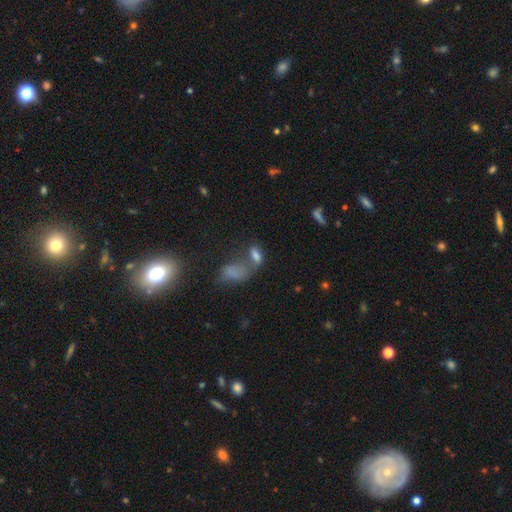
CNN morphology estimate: Smooth or featured?
  - smooth: 71% *
  - star or artifact: 17%
  - featured or disk: 13%
How rounded?
  - in between: 83% *
  - cigar-shaped: 9%
  - round: 8%
Merging?
  - merger: 46% *
  - none: 31%
  - minor disturbance: 12%
  - major disturbance: 11%